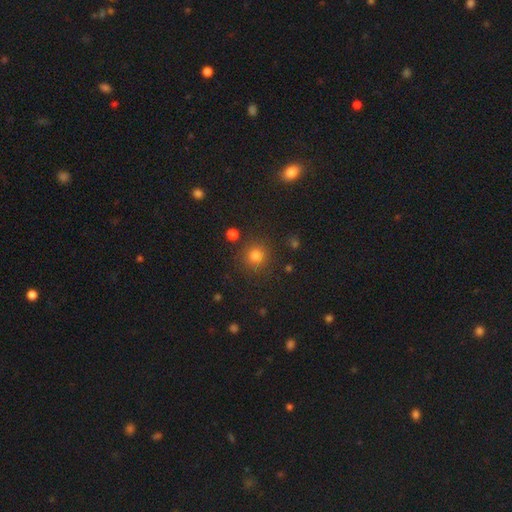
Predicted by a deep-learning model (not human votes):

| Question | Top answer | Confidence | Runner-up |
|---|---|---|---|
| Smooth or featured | smooth | 79% | star or artifact (16%) |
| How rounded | round | 93% | in between (6%) |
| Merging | none | 86% | minor disturbance (8%) |